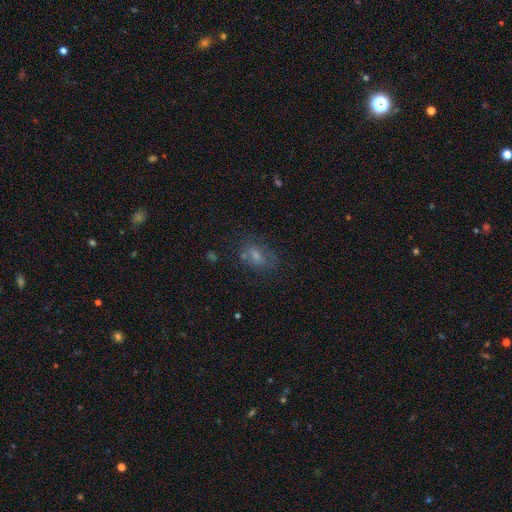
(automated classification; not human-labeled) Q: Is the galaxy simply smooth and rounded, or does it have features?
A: smooth — 49%.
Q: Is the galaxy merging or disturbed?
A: none — 61%.